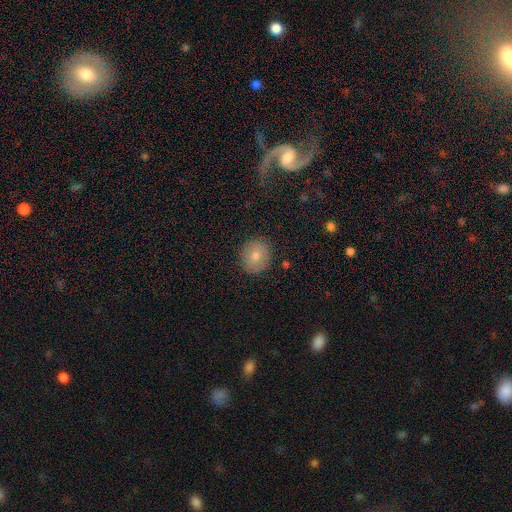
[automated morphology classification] Smooth or featured? smooth (77%)
How rounded? round (76%)
Merging? none (88%)